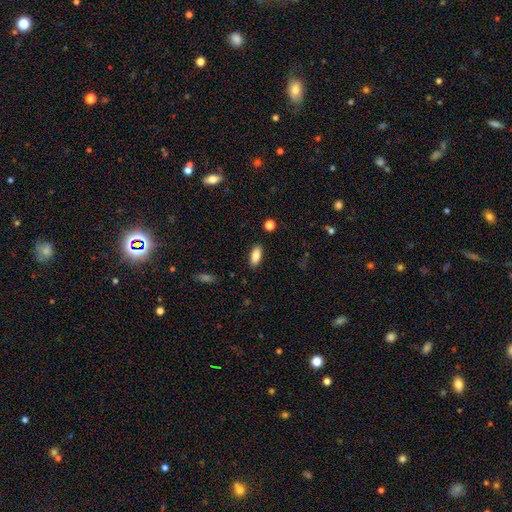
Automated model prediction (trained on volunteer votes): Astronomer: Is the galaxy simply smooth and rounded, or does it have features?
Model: smooth — 86%.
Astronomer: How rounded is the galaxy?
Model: in between — 84%.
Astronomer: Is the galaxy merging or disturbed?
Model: none — 87%.